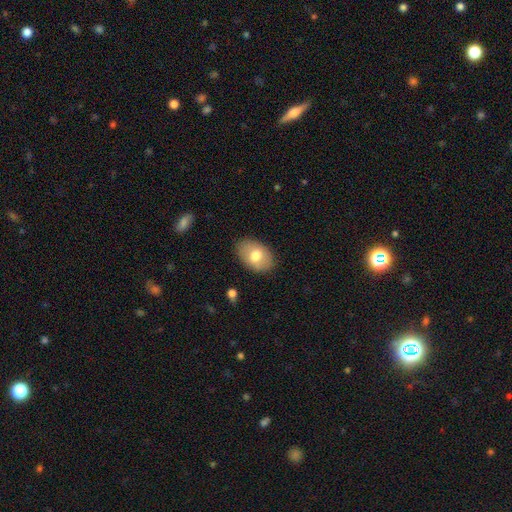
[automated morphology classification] smooth 72%, featured or disk 21%, star or artifact 7%. Down the decision tree: how rounded — in between (85%); merging — none (85%).